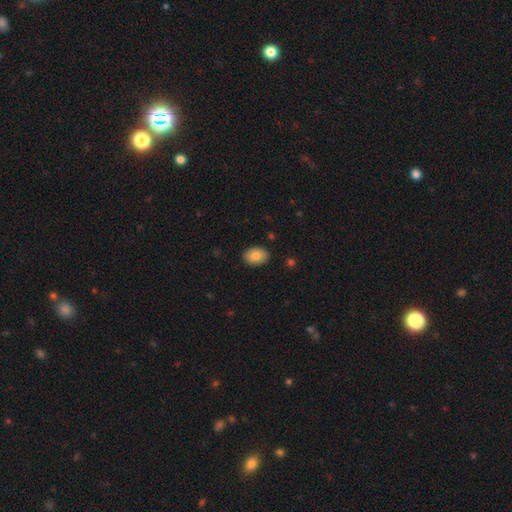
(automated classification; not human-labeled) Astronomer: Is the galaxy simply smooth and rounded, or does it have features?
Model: smooth — 83%.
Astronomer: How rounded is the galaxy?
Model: in between — 75%.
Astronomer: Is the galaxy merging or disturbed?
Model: none — 89%.